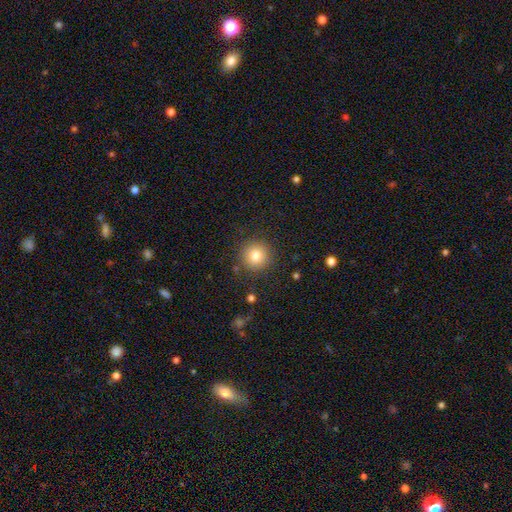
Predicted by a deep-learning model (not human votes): A smooth galaxy with no disk features (81%) that is round (94%).

Vote fractions:
- Smooth or featured? smooth: 81% / star or artifact: 11% / featured or disk: 8%
- How rounded? round: 94% / in between: 5% / cigar-shaped: 1%
- Merging? none: 88% / minor disturbance: 7% / major disturbance: 3% / merger: 2%